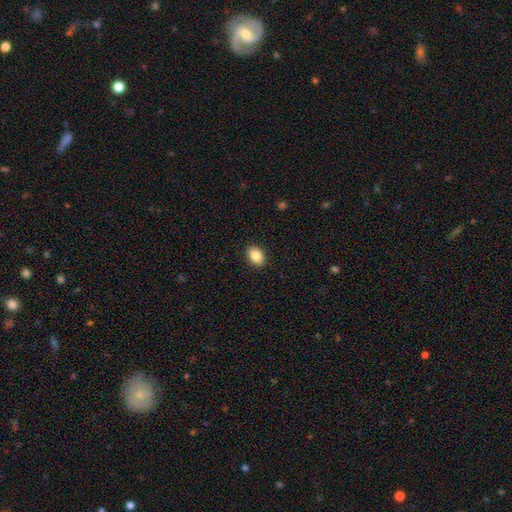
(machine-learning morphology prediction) Smooth or featured: smooth — 86% (star or artifact — 8%)
How rounded: in between — 80% (round — 19%)
Merging: none — 90% (minor disturbance — 7%)